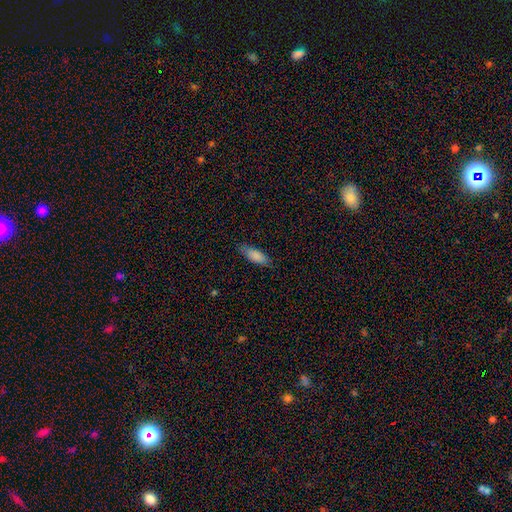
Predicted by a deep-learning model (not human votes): smooth_or_featured: smooth (p=0.86) [alt: featured or disk p=0.08]
how_rounded: in between (p=0.66) [alt: cigar-shaped p=0.33]
merging: none (p=0.84) [alt: minor disturbance p=0.13]